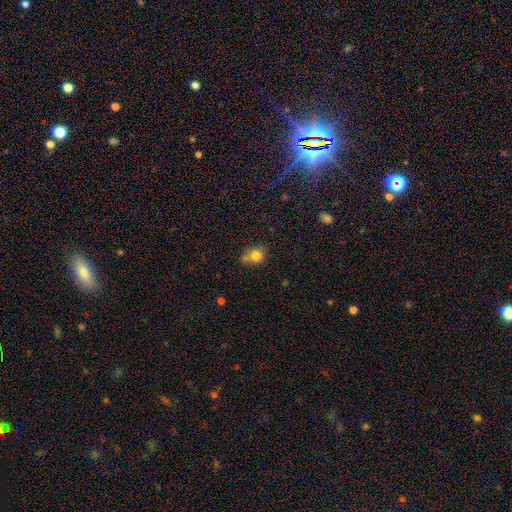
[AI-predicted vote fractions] Smooth or featured: smooth — 79% (star or artifact — 11%)
How rounded: round — 66% (in between — 33%)
Merging: none — 53% (minor disturbance — 24%)